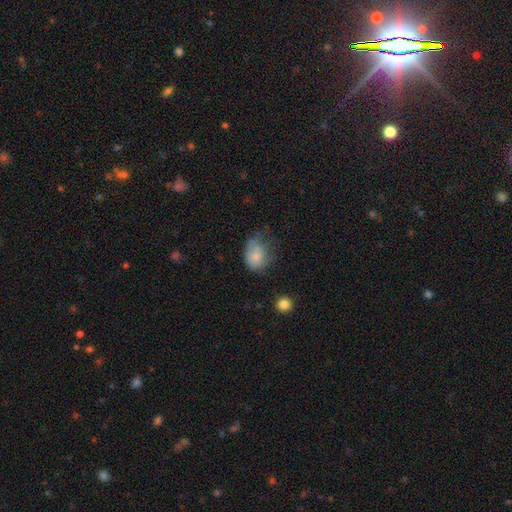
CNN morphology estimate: smooth_or_featured: smooth (p=0.73) [alt: featured or disk p=0.17]
how_rounded: in between (p=0.60) [alt: round p=0.39]
merging: minor disturbance (p=0.34) [tied with: major disturbance p=0.34]